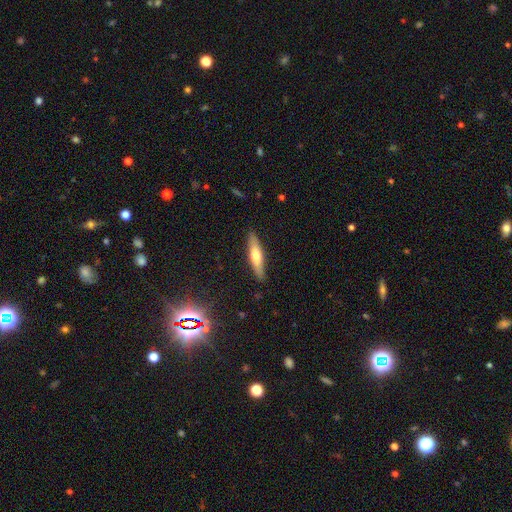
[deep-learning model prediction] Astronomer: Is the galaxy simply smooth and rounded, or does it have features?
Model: smooth — 52% (runner-up: featured or disk, 42%).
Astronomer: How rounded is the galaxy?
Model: cigar-shaped — 78%.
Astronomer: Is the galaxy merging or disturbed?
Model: none — 88%.